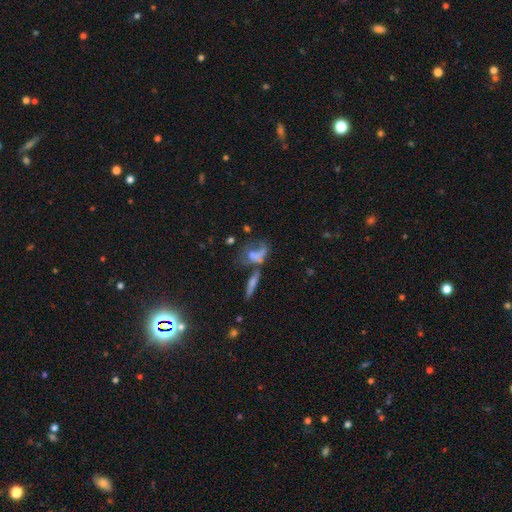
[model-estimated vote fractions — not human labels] Morphology: type=smooth (48%); merging=merger (35%).